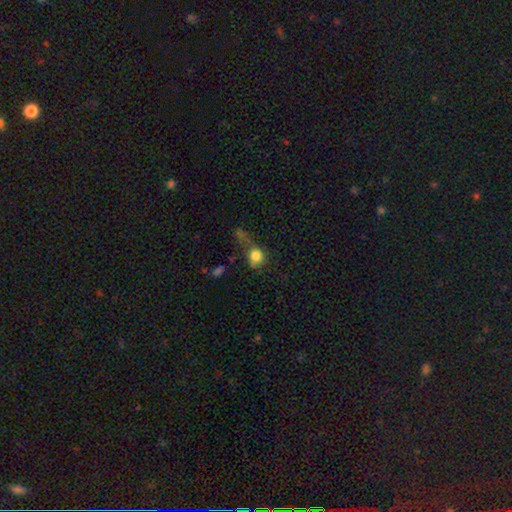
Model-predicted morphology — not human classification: Smooth or featured? Predicted: smooth (p=0.80). How rounded? Predicted: round (p=0.76). Merging? Predicted: none (p=0.38).